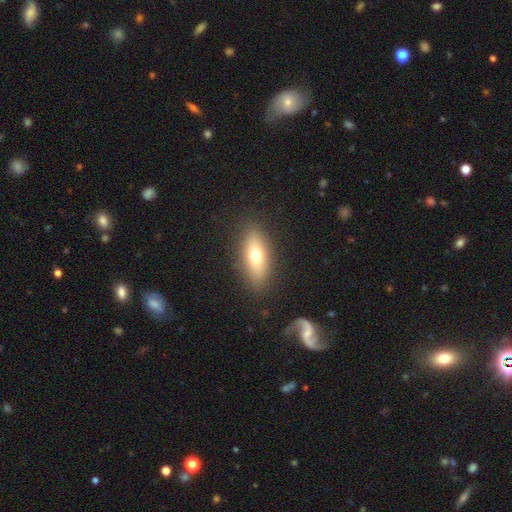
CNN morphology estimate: smooth-or-featured: smooth: 67% | featured or disk: 24% | star or artifact: 9%
  how-rounded: in between: 75% | cigar-shaped: 20% | round: 5%
  merging: none: 86% | minor disturbance: 9% | major disturbance: 3% | merger: 1%